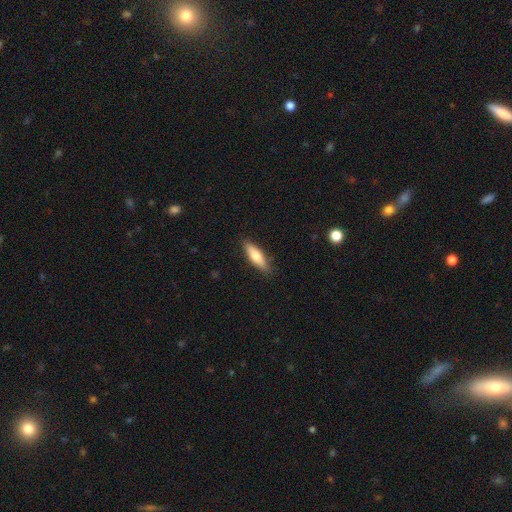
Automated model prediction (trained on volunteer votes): The model was most divided on "how rounded": cigar-shaped: 54%, in between: 44%, round: 2%. More confident: merging — none (86%); smooth or featured — smooth (71%).